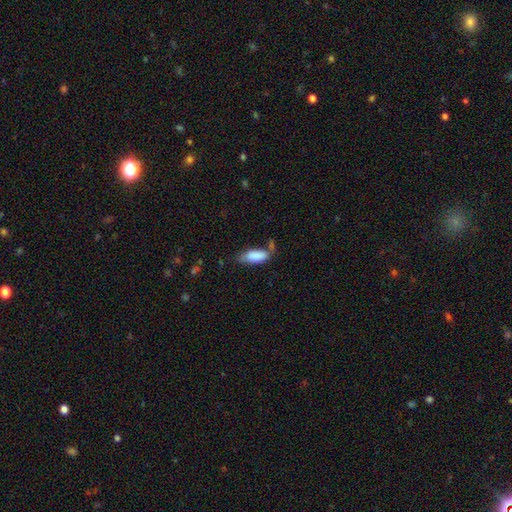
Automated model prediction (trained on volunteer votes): Smooth or featured? smooth (85%)
How rounded? in between (80%)
Merging? none (47%)